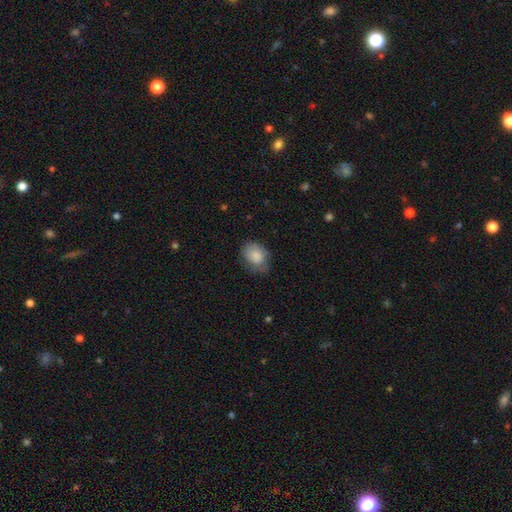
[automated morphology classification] A smooth galaxy with no disk features (81%) that is in between round and cigar-shaped (68%). Merging: none (57%).